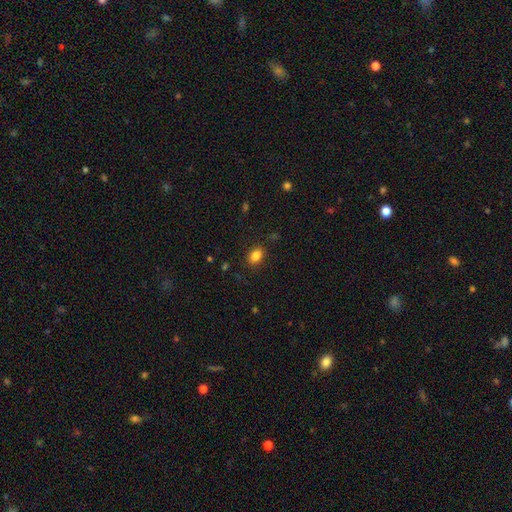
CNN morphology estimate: Q: Smooth or featured?
A: smooth (84%); runner-up: star or artifact (10%)
Q: How rounded?
A: in between (76%); runner-up: round (22%)
Q: Merging?
A: none (86%); runner-up: minor disturbance (10%)